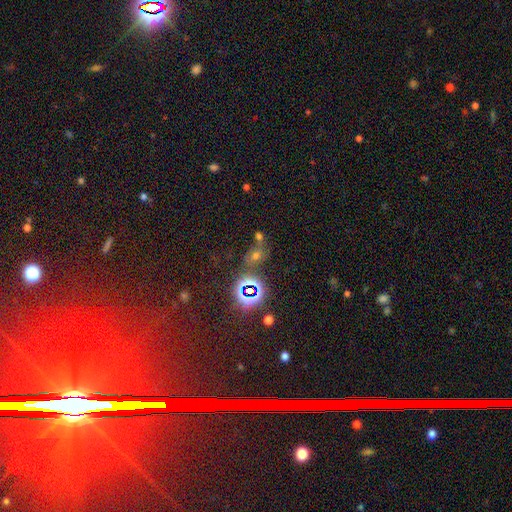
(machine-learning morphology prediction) smooth_or_featured: smooth (p=0.43) [tied with: star or artifact p=0.43]
merging: none (p=0.56) [alt: merger p=0.22]